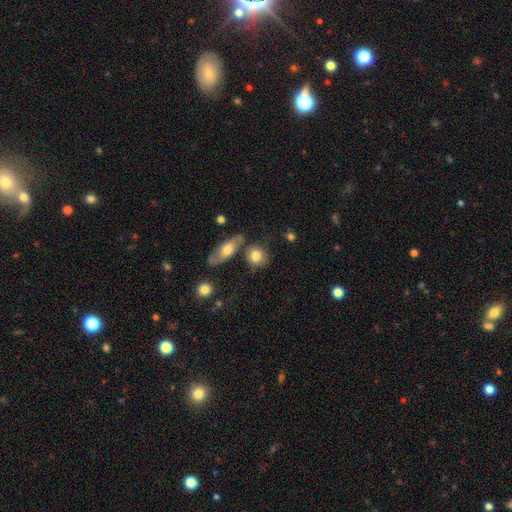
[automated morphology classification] Smooth or featured: smooth — 80% (featured or disk — 13%)
How rounded: round — 70% (in between — 27%)
Merging: none — 66% (merger — 16%)